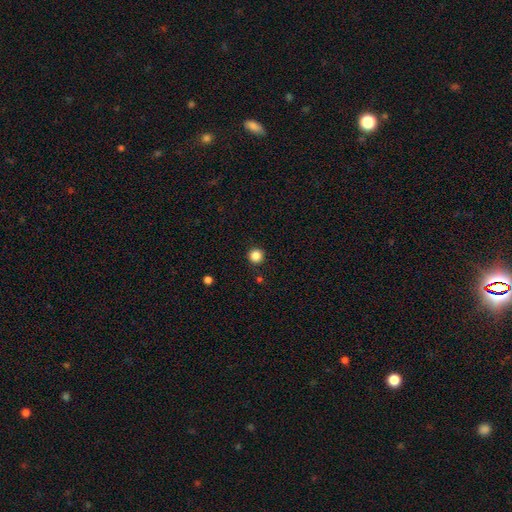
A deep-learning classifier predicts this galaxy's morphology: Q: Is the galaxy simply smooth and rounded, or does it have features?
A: smooth — 86%.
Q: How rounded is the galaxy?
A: round — 96%.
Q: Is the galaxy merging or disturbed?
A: none — 93%.